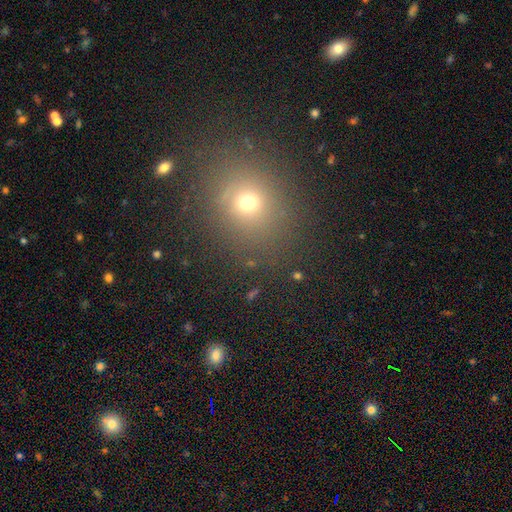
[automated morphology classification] smooth 60%, star or artifact 32%, featured or disk 9%. Down the decision tree: how rounded — round (67%); merging — none (88%).